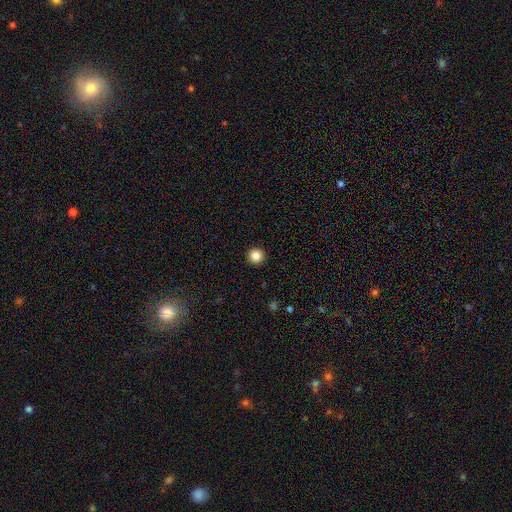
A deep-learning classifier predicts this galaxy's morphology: This is clearly a smooth galaxy (85%). How rounded: clearly round (97%). Merging: clearly none (94%).